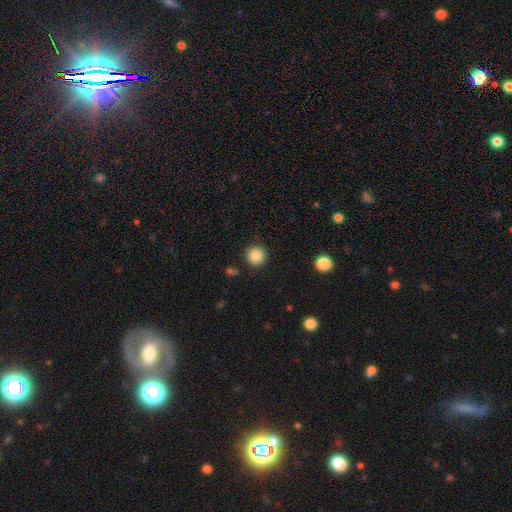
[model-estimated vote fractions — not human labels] Smooth or featured? Predicted: smooth (p=0.86). How rounded? Predicted: round (p=0.94). Merging? Predicted: none (p=0.89).